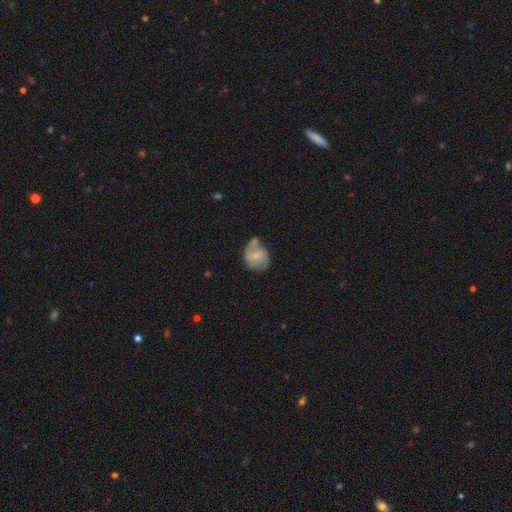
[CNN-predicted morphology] smooth_or_featured: featured or disk (p=0.55) [alt: smooth p=0.38]
disk_edge_on: no (p=0.98) [alt: yes p=0.02]
bar: no (p=0.48) [alt: weak p=0.43]
has_spiral_arms: yes (p=0.83) [alt: no p=0.17]
bulge_size: small (p=0.65) [alt: moderate p=0.21]
merging: none (p=0.43) [alt: minor disturbance p=0.25]